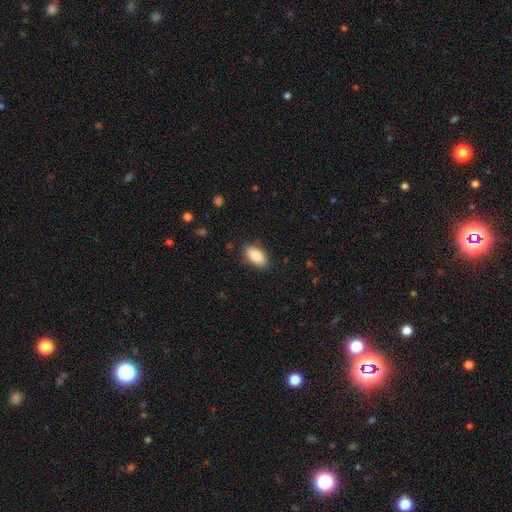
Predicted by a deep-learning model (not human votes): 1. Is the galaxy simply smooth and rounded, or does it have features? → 87% smooth, 7% star or artifact, 6% featured or disk.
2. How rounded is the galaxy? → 92% in between, 4% cigar-shaped, 4% round.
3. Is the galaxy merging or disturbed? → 85% none, 11% minor disturbance, 3% major disturbance, 1% merger.